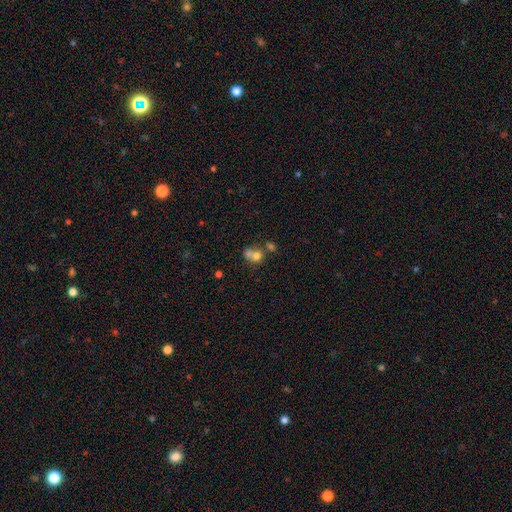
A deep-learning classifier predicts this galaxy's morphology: Overall: smooth (68%). How rounded: round (73%). Merging: merger (57%; none 31%).